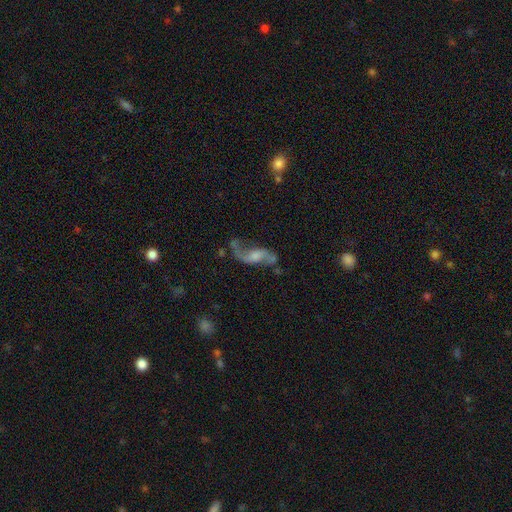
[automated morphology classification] Q: Smooth or featured?
A: featured or disk (79%); runner-up: smooth (14%)
Q: Edge-on disk?
A: no (93%); runner-up: yes (7%)
Q: Bar?
A: no (47%); runner-up: weak (40%)
Q: Spiral arms?
A: yes (91%); runner-up: no (9%)
Q: Spiral winding?
A: loose (84%); runner-up: medium (13%)
Q: Spiral arm count?
A: 2 (85%); runner-up: 1 (10%)
Q: Bulge size?
A: moderate (33%); runner-up: small (32%)
Q: Merging?
A: none (49%); runner-up: major disturbance (21%)